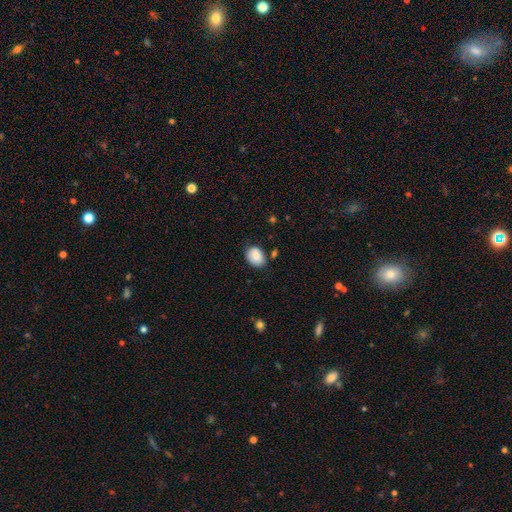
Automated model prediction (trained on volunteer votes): Smooth or featured?
  - smooth: 87% *
  - star or artifact: 7%
  - featured or disk: 5%
How rounded?
  - in between: 66% *
  - round: 33%
  - cigar-shaped: 1%
Merging?
  - none: 76% *
  - minor disturbance: 17%
  - merger: 4%
  - major disturbance: 4%